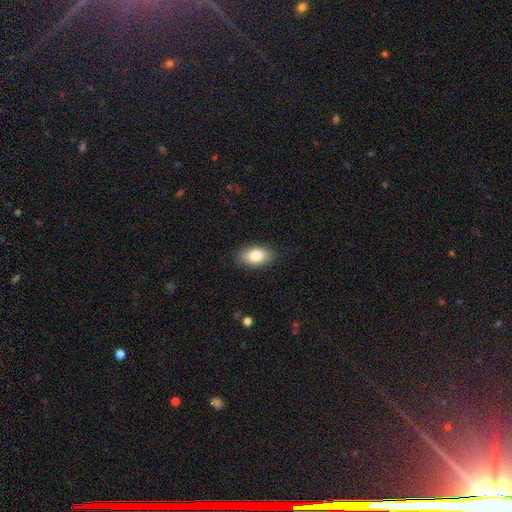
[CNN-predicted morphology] Overall: smooth (84%). How rounded: in between (92%). Merging: none (86%).